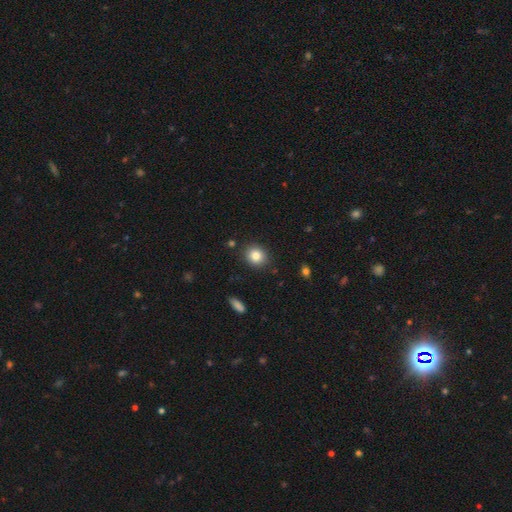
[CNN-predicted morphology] This appears to be a smooth galaxy with no disk features (83%) that is round (73%). Merging: none (88%).